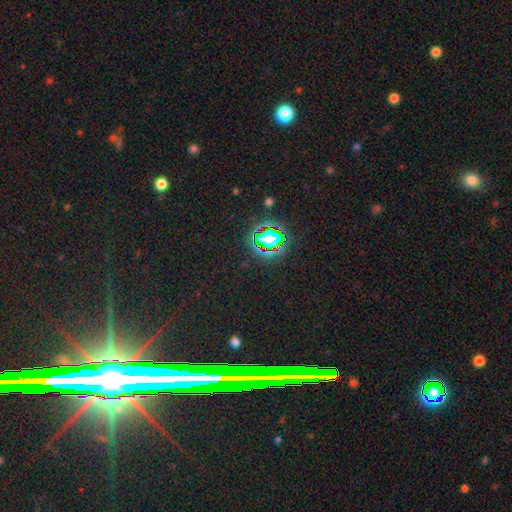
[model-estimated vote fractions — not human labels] Smooth or featured? Predicted: star or artifact (p=0.80).